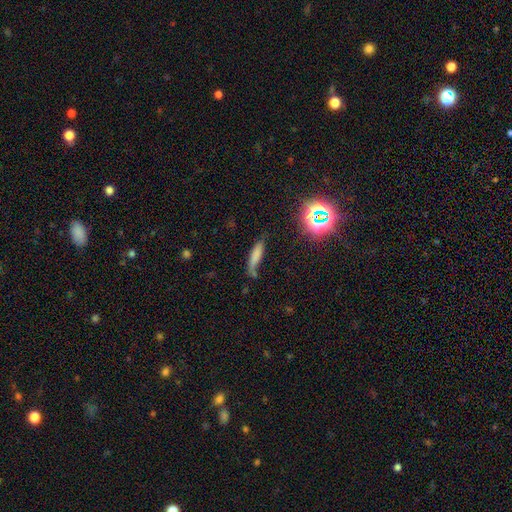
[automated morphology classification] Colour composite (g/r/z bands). It shows a smooth galaxy with no disk features (72%) that is cigar-shaped (74%). Merging: none (58%).